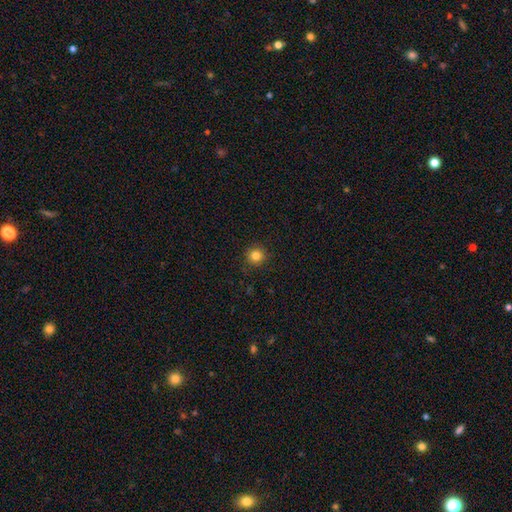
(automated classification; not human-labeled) A smooth galaxy with no disk features (83%) that is round (94%).

Vote fractions:
- Smooth or featured? smooth: 83% / star or artifact: 12% / featured or disk: 5%
- How rounded? round: 94% / in between: 5% / cigar-shaped: 1%
- Merging? none: 91% / minor disturbance: 6% / major disturbance: 2% / merger: 1%